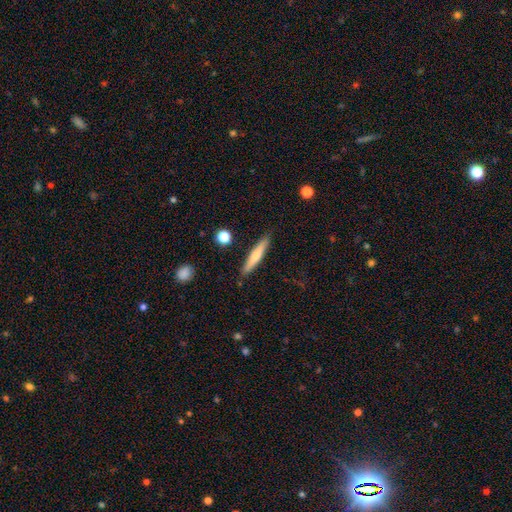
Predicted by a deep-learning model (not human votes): This is likely a smooth galaxy (64%). How rounded: clearly cigar-shaped (91%). Merging: clearly none (87%).